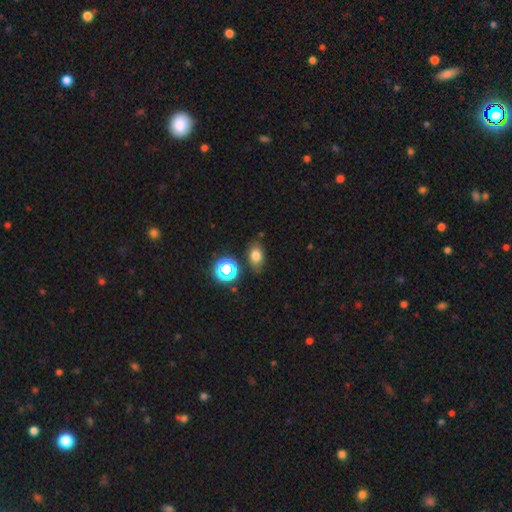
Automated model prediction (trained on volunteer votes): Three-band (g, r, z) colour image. It shows a smooth galaxy with no disk features (72%) that is in between round and cigar-shaped (75%). Merging: none (76%).